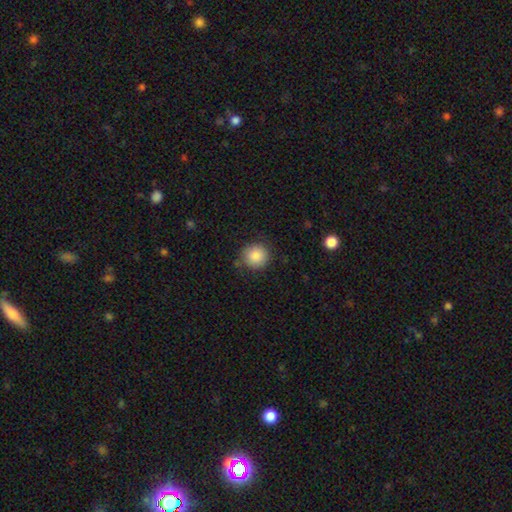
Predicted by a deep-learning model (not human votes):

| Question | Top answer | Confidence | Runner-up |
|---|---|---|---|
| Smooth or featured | smooth | 86% | star or artifact (9%) |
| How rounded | round | 92% | in between (7%) |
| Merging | none | 83% | minor disturbance (12%) |